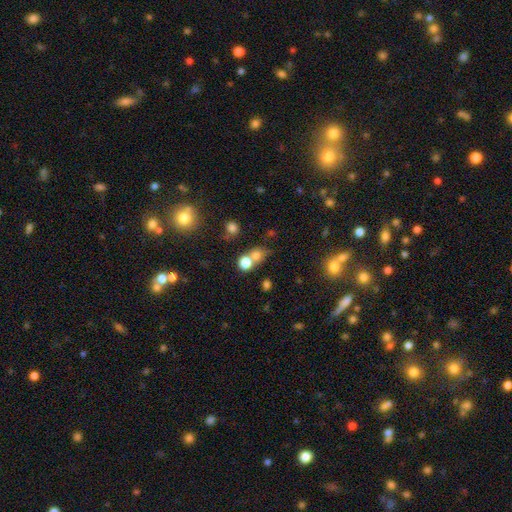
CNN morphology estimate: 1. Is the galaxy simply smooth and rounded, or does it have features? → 70% smooth, 19% star or artifact, 11% featured or disk.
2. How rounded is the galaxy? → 79% round, 19% in between, 1% cigar-shaped.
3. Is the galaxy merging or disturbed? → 47% none, 41% merger, 8% minor disturbance, 4% major disturbance.